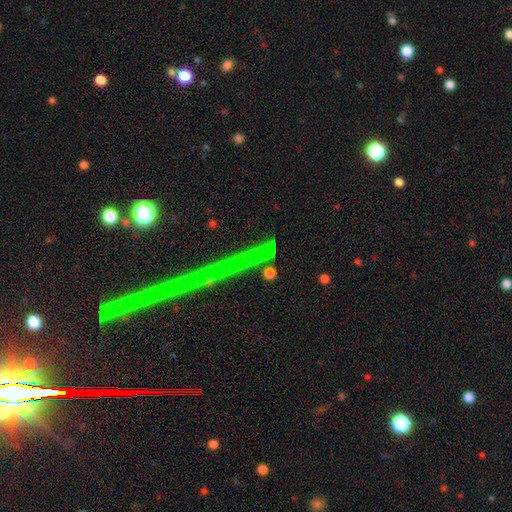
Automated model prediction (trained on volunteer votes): Overall: star or artifact (66%).